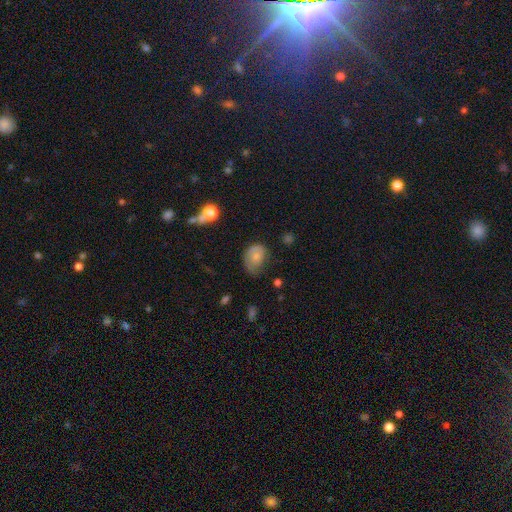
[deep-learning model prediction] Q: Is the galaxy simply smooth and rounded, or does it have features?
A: smooth — 63%.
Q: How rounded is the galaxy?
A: in between — 66%.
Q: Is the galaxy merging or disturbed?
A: none — 40%.